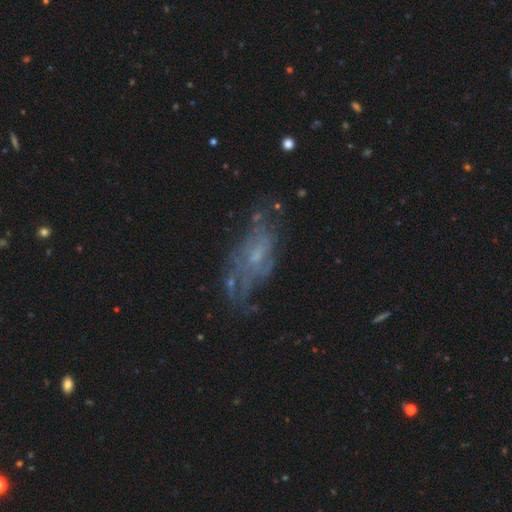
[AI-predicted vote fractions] smooth_or_featured: featured or disk (p=0.65) [alt: smooth p=0.23]
disk_edge_on: no (p=0.91) [alt: yes p=0.09]
bar: no (p=0.69) [alt: weak p=0.27]
has_spiral_arms: yes (p=0.54) [alt: no p=0.46]
bulge_size: small (p=0.56) [alt: moderate p=0.25]
merging: none (p=0.52) [alt: minor disturbance p=0.24]